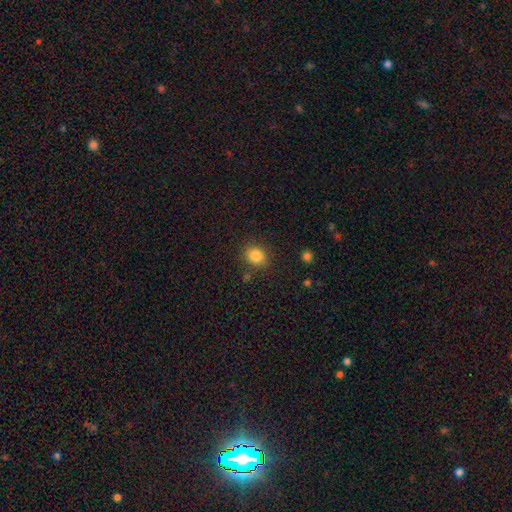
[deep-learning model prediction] This appears to be a smooth galaxy with no disk features (84%) that is round (66%). Merging: none (83%).